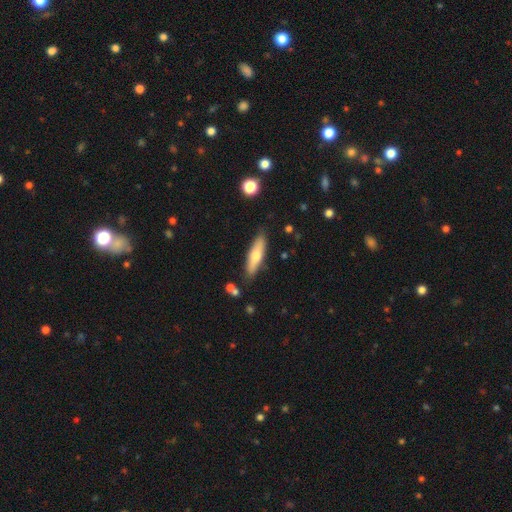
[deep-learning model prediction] smooth_or_featured: smooth (p=0.61) [alt: featured or disk p=0.34]
how_rounded: cigar-shaped (p=0.65) [alt: in between p=0.33]
merging: none (p=0.82) [alt: minor disturbance p=0.12]